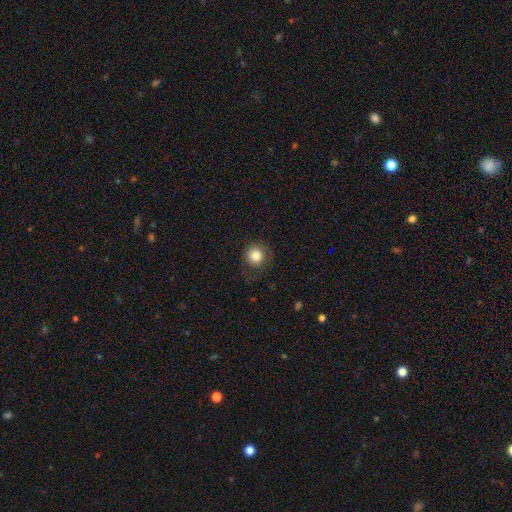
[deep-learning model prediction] A smooth galaxy with no disk features (83%) that is round (92%). Merging: none (77%).